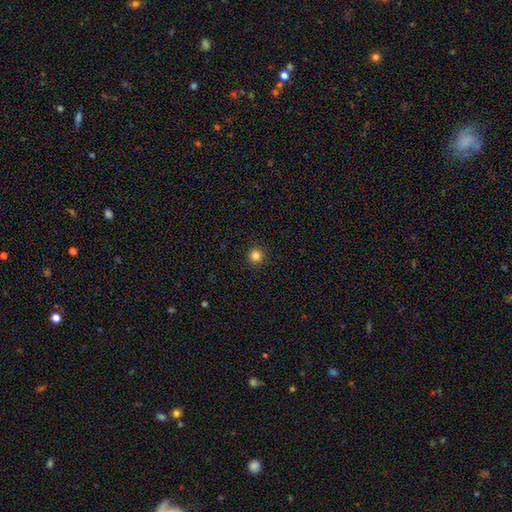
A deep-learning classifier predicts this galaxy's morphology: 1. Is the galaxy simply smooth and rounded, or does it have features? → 83% smooth, 12% star or artifact, 4% featured or disk.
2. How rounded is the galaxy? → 95% round, 4% in between, 1% cigar-shaped.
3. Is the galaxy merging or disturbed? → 93% none, 5% minor disturbance, 2% major disturbance, 1% merger.